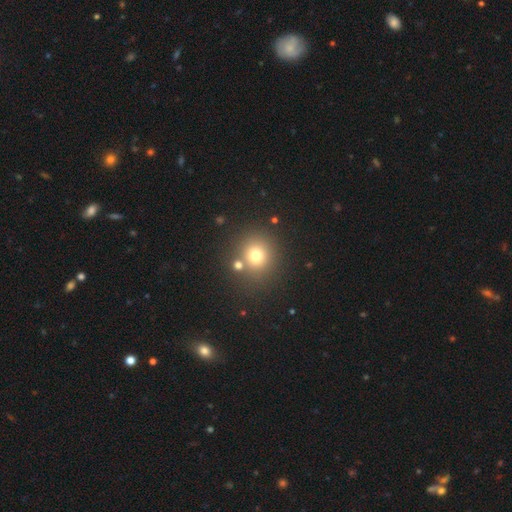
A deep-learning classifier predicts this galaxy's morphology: type=smooth (72%); roundness=round (88%); merging=none (76%).